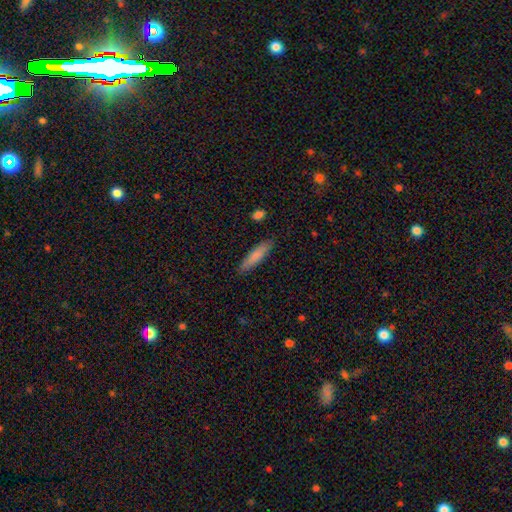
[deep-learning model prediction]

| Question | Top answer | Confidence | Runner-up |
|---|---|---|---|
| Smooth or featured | smooth | 80% | featured or disk (14%) |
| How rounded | cigar-shaped | 80% | in between (18%) |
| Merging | none | 87% | minor disturbance (9%) |